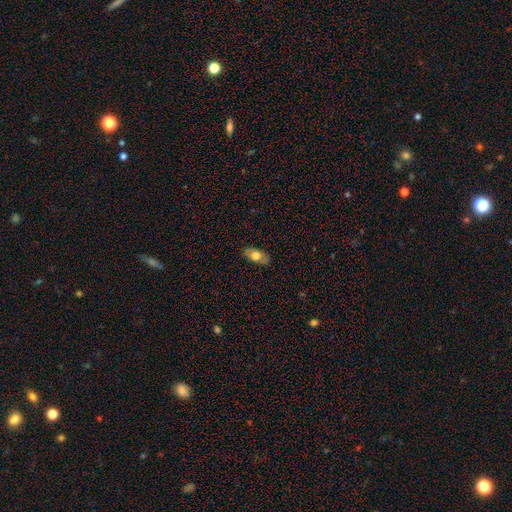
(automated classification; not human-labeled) Smooth or featured? smooth (66%)
How rounded? in between (88%)
Merging? none (84%)